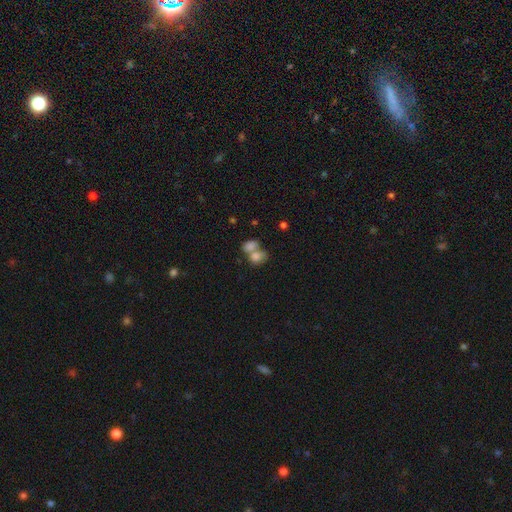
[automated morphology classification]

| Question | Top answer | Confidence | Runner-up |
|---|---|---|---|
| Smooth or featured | smooth | 79% | featured or disk (12%) |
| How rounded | in between | 61% | round (38%) |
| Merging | merger | 63% | none (24%) |